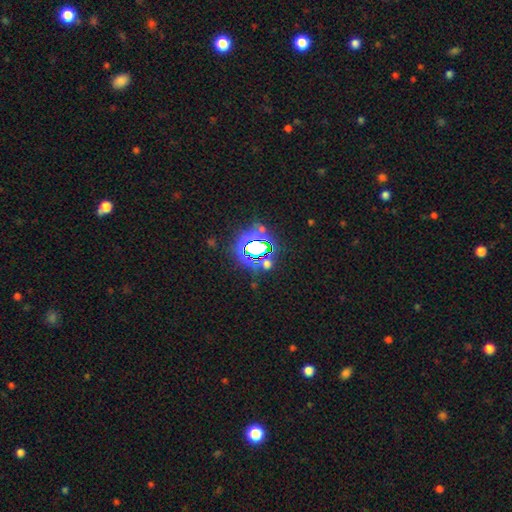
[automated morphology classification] A star or artifact, not a galaxy (70%).